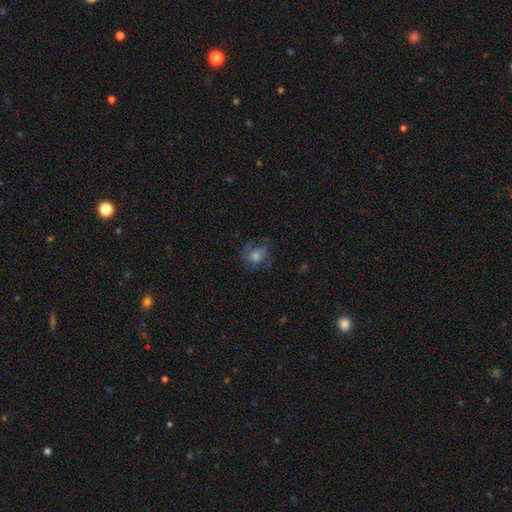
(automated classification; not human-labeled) Morphology: type=smooth (42%); merging=none (57%).